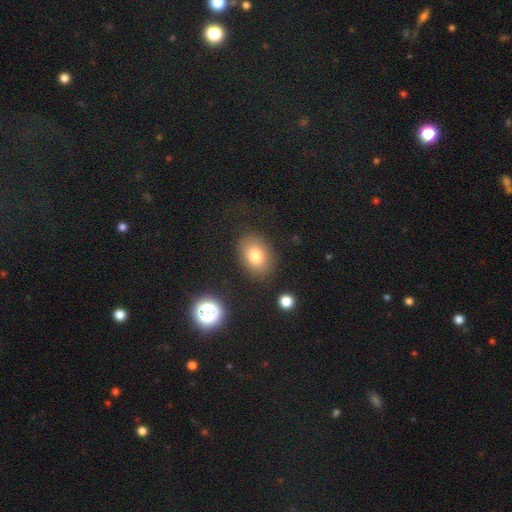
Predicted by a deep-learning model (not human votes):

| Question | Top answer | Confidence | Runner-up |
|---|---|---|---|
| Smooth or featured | smooth | 78% | featured or disk (11%) |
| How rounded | in between | 77% | round (22%) |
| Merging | none | 83% | minor disturbance (11%) |